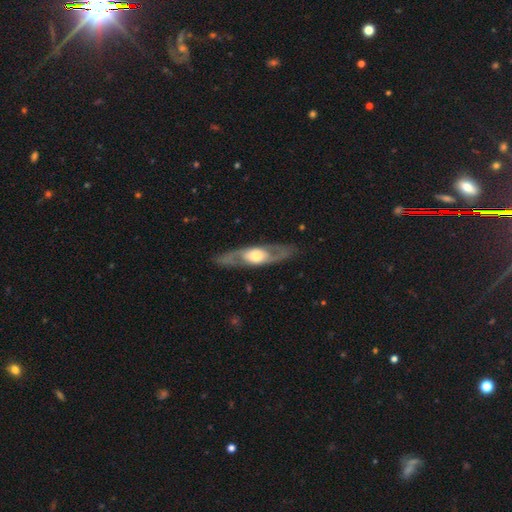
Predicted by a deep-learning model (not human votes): Morphology: type=featured or disk (76%); edge-on=no (73%); bar=no (74%); spiral arms=yes (69%); bulge=moderate (52%); merging=none (84%).